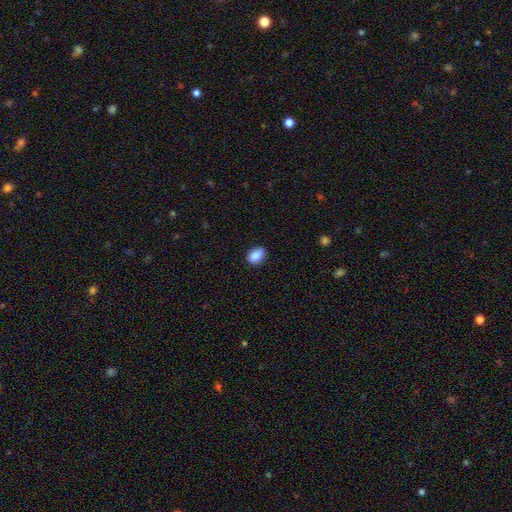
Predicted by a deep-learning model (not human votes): smooth 89%, star or artifact 8%, featured or disk 4%. Down the decision tree: how rounded — in between (77%); merging — none (88%).